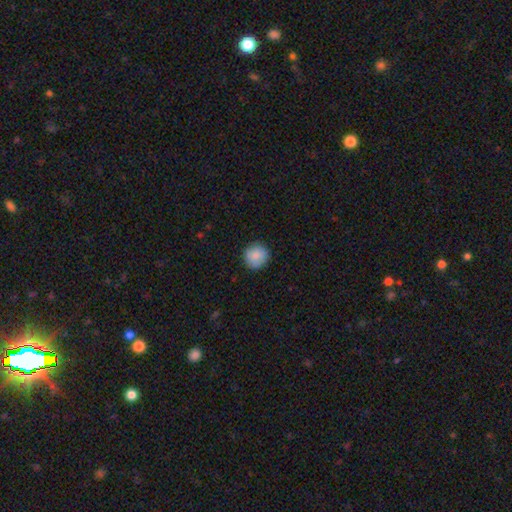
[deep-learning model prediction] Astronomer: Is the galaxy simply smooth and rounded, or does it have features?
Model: smooth — 88%.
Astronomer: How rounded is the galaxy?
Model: round — 93%.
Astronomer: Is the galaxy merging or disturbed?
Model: none — 87%.